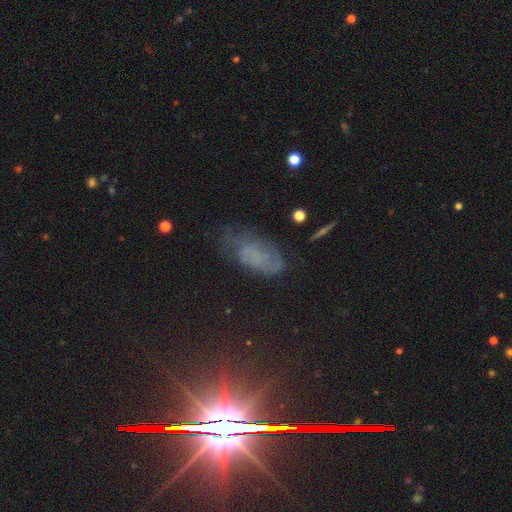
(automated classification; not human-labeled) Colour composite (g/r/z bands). It shows a featured or disk galaxy (40%). Merging: none (53%).